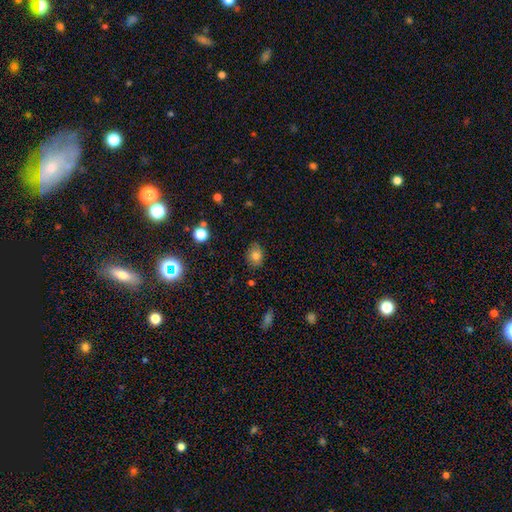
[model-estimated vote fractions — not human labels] Smooth or featured? smooth (79%)
How rounded? in between (54%)
Merging? none (80%)